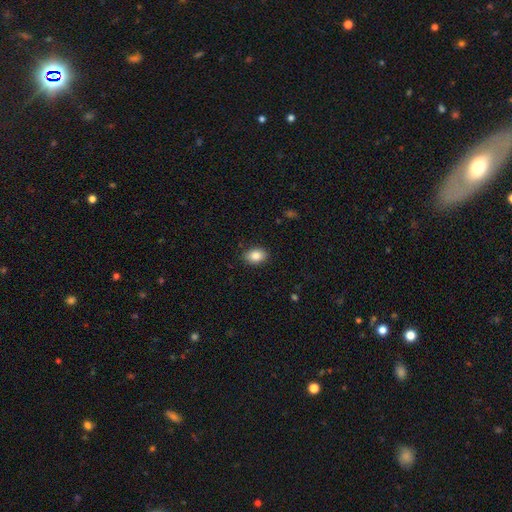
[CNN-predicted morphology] The model was most divided on "how rounded": in between: 79%, round: 19%, cigar-shaped: 1%. More confident: merging — none (87%); smooth or featured — smooth (86%).